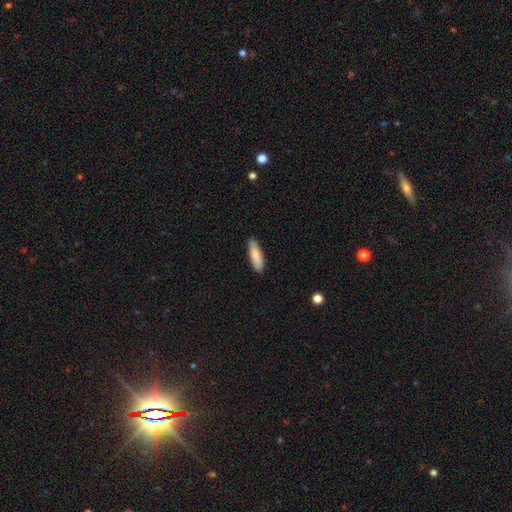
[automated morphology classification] type=smooth (86%); roundness=cigar-shaped (50%); merging=none (87%).